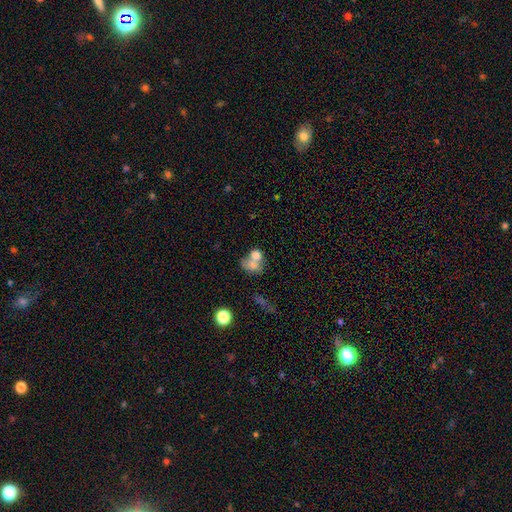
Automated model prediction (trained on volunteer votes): Morphology: type=smooth (69%); roundness=round (51%); merging=merger (66%).